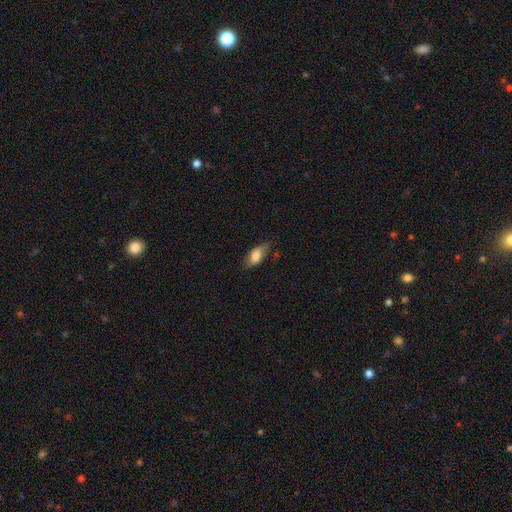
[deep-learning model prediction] smooth-or-featured: smooth: 74% | featured or disk: 19% | star or artifact: 7%
  how-rounded: in between: 84% | cigar-shaped: 13% | round: 4%
  merging: none: 65% | minor disturbance: 27% | major disturbance: 7% | merger: 2%